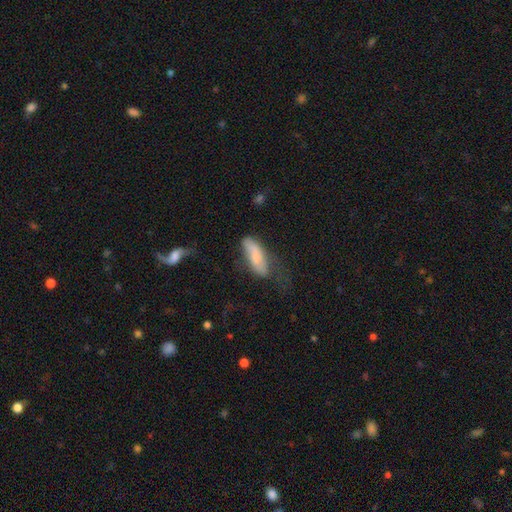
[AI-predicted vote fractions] smooth-or-featured: smooth: 70% | featured or disk: 22% | star or artifact: 8%
  how-rounded: in between: 60% | cigar-shaped: 38% | round: 2%
  merging: none: 33% | major disturbance: 31% | minor disturbance: 30% | merger: 6%